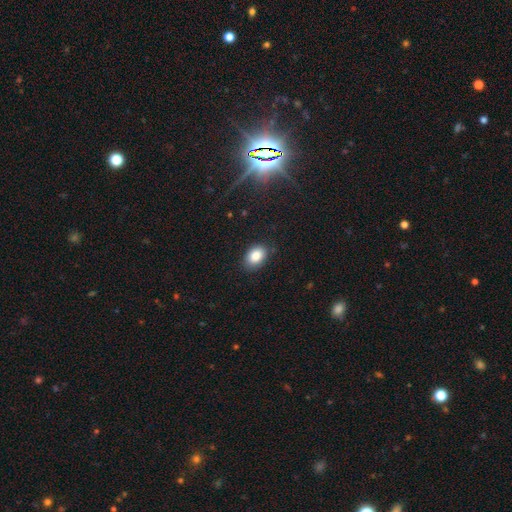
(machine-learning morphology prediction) Overall: smooth (86%). How rounded: in between (81%). Merging: none (84%).